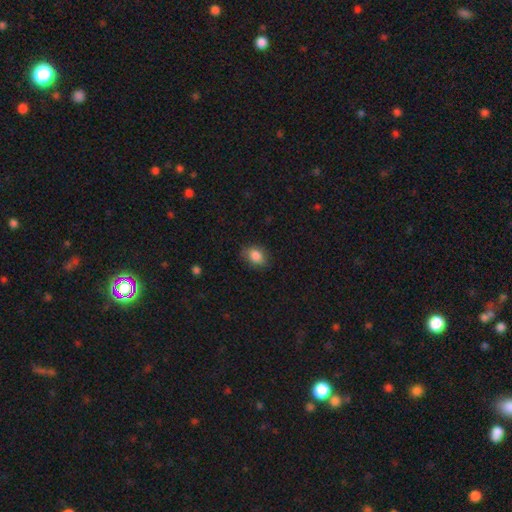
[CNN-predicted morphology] A smooth galaxy with no disk features (85%) that is in between round and cigar-shaped (73%). Merging: none (78%).